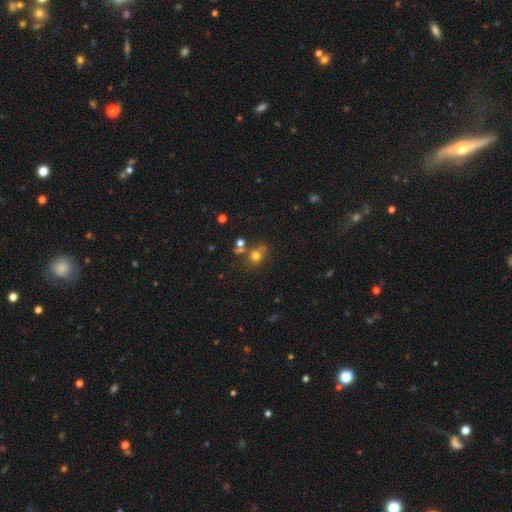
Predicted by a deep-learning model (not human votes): A smooth galaxy with no disk features (71%) that is round (77%).

Vote fractions:
- Smooth or featured? smooth: 71% / star or artifact: 19% / featured or disk: 11%
- How rounded? round: 77% / in between: 22% / cigar-shaped: 1%
- Merging? none: 62% / merger: 18% / minor disturbance: 14% / major disturbance: 6%